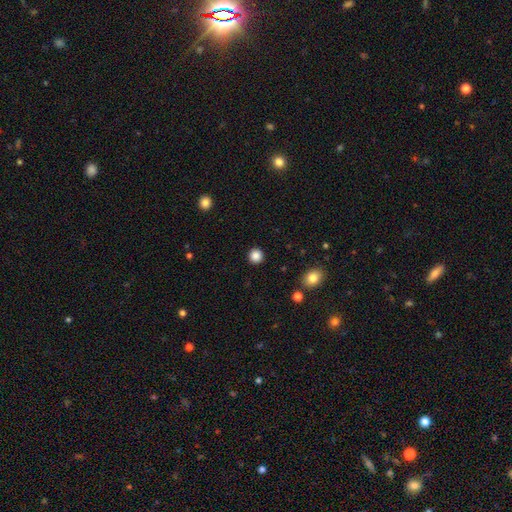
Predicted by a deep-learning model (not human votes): This appears to be a smooth galaxy with no disk features (87%) that is round (94%). Merging: none (93%).